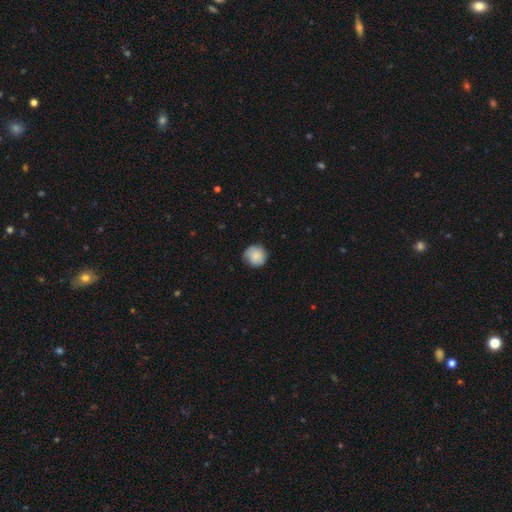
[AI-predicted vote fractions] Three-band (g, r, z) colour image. It shows a smooth galaxy with no disk features (84%) that is round (93%). Merging: none (81%).